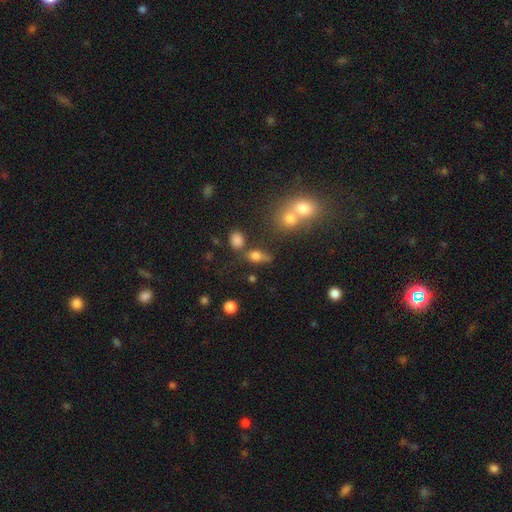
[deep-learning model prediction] Smooth or featured? Predicted: smooth (p=0.71). How rounded? Predicted: in between (p=0.68). Merging? Predicted: none (p=0.54).